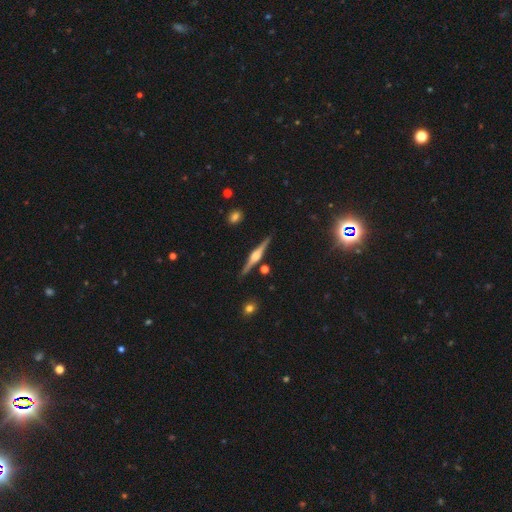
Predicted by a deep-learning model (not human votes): smooth-or-featured: featured or disk: 81% | smooth: 13% | star or artifact: 6%
  disk-edge-on: yes: 98% | no: 2%
    edge-on-bulge: rounded: 82% | boxy: 14% | none: 3%
  merging: none: 89% | minor disturbance: 7% | merger: 2% | major disturbance: 2%